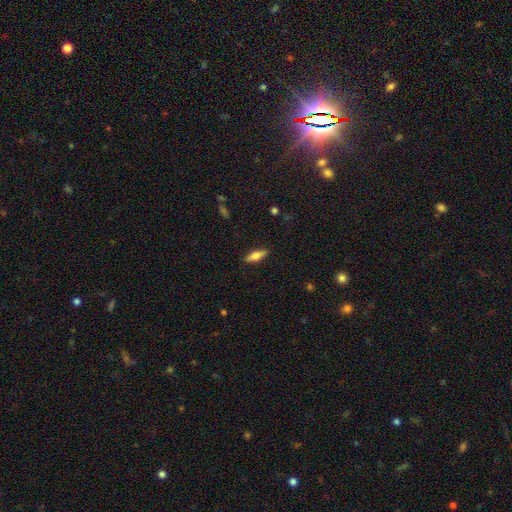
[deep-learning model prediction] This appears to be a smooth galaxy with no disk features (59%) that is in between round and cigar-shaped (54%). Merging: none (89%).